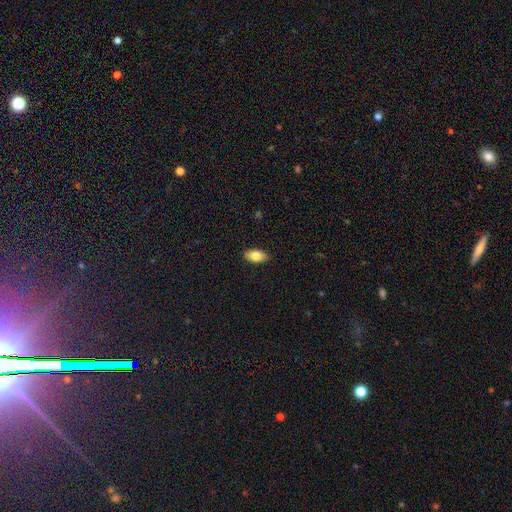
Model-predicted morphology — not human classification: A smooth galaxy with no disk features (82%) that is in between round and cigar-shaped (91%). Merging: none (88%).